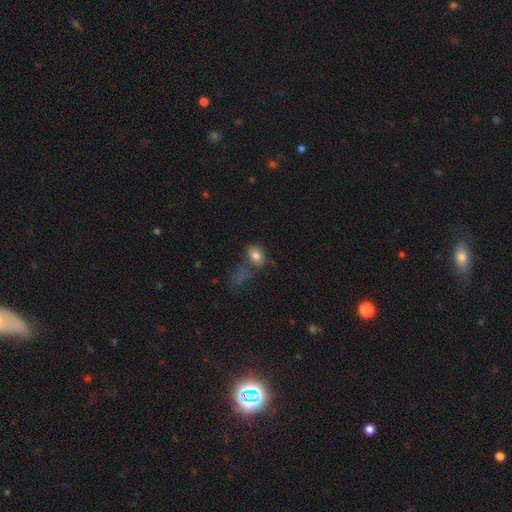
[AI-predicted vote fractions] The model was most divided on "merging": none: 53%, minor disturbance: 20%, merger: 15%, major disturbance: 12%. More confident: smooth or featured — smooth (80%); how rounded — in between (70%).